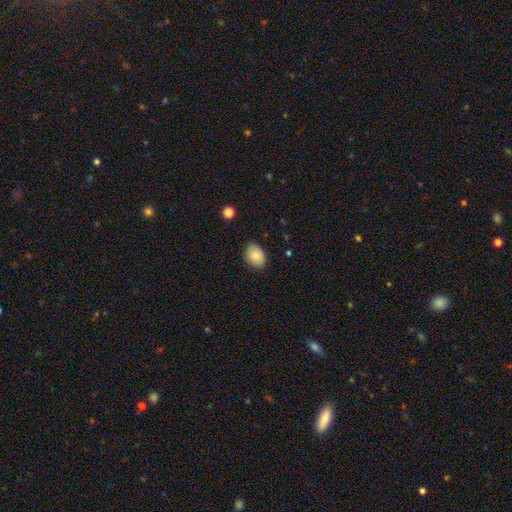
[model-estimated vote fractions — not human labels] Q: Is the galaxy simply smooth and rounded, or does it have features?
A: smooth — 85%.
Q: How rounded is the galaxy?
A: in between — 75%.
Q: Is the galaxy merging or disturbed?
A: none — 78%.